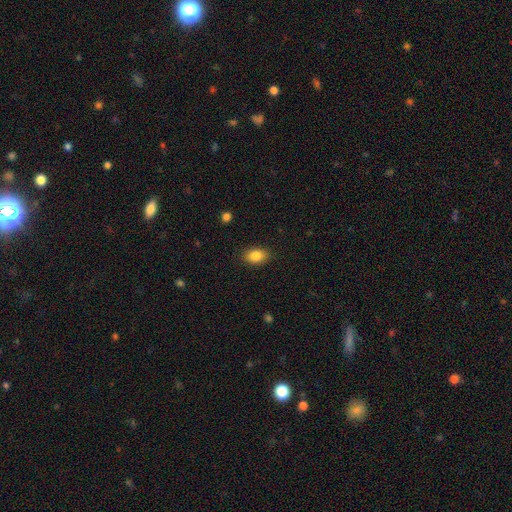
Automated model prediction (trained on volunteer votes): Smooth or featured?
  - smooth: 86% *
  - star or artifact: 9%
  - featured or disk: 6%
How rounded?
  - in between: 83% *
  - round: 16%
  - cigar-shaped: 2%
Merging?
  - none: 87% *
  - minor disturbance: 9%
  - major disturbance: 3%
  - merger: 1%